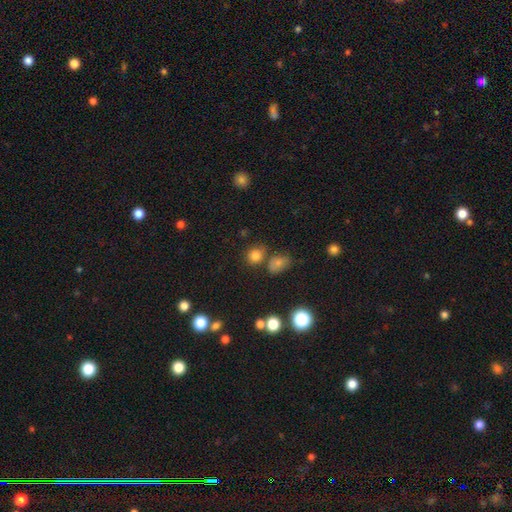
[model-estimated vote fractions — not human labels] smooth 78%, star or artifact 16%, featured or disk 6%. Down the decision tree: how rounded — round (78%); merging — none (70%).